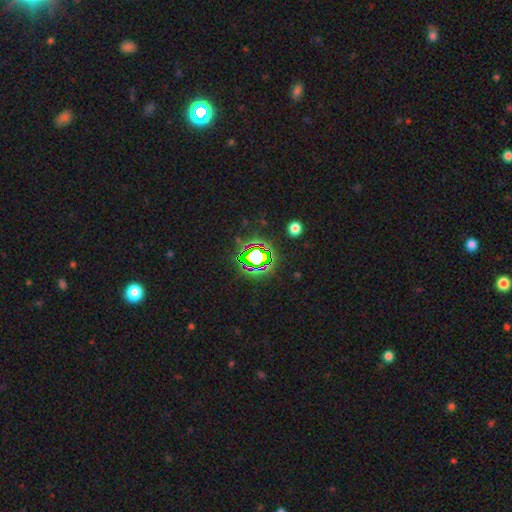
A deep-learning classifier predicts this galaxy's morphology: This appears to be a star or artifact, not a galaxy (70%).